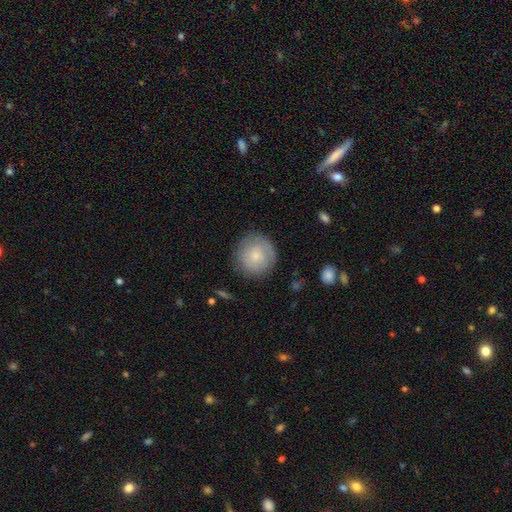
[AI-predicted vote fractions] Overall: smooth (63%; featured or disk 30%). How rounded: round (93%). Merging: none (82%).